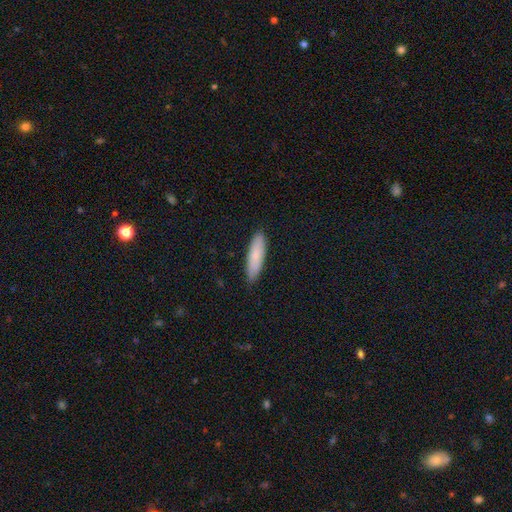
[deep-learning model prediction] A smooth galaxy with no disk features (84%) that is cigar-shaped (64%).

Vote fractions:
- Smooth or featured? smooth: 84% / featured or disk: 11% / star or artifact: 5%
- How rounded? cigar-shaped: 64% / in between: 35% / round: 1%
- Merging? none: 88% / minor disturbance: 9% / major disturbance: 2% / merger: 1%